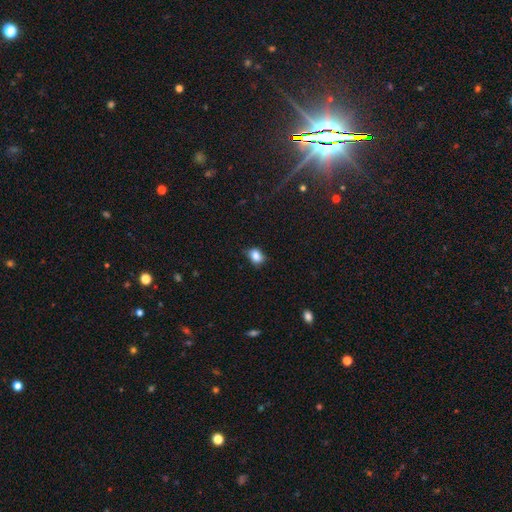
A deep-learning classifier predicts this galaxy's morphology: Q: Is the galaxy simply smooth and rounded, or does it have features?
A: smooth — 84%.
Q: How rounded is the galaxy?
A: in between — 62%.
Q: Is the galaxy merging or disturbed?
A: none — 67%.